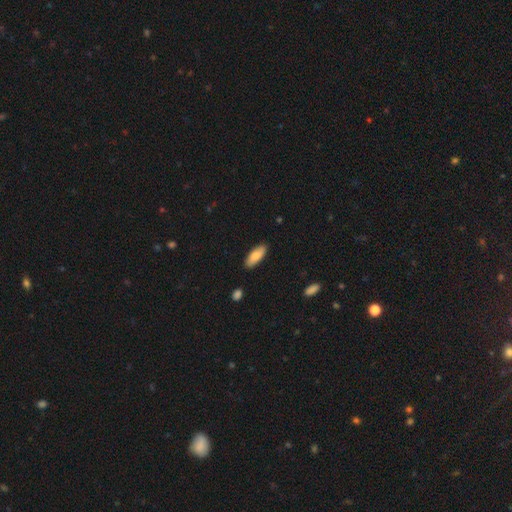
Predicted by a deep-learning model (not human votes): Morphology: type=smooth (81%); roundness=in between (72%); merging=none (88%).